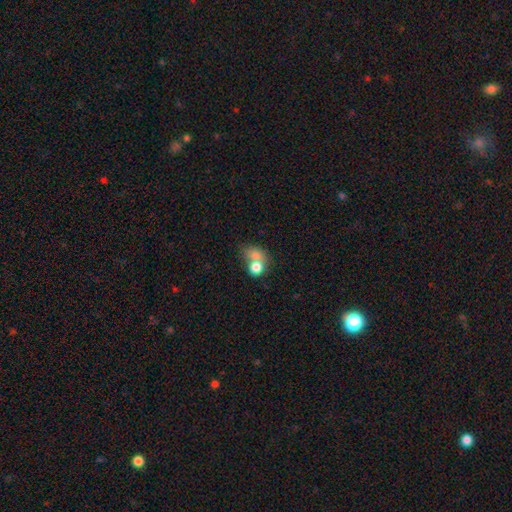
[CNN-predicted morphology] Smooth or featured? Predicted: smooth (p=0.74). How rounded? Predicted: round (p=0.58). Merging? Predicted: merger (p=0.61).